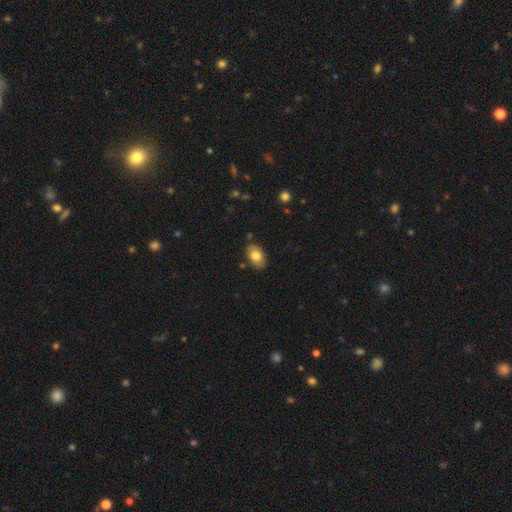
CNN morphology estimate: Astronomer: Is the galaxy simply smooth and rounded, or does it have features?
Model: smooth — 79%.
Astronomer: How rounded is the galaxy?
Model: in between — 90%.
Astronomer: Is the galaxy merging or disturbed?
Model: none — 83%.